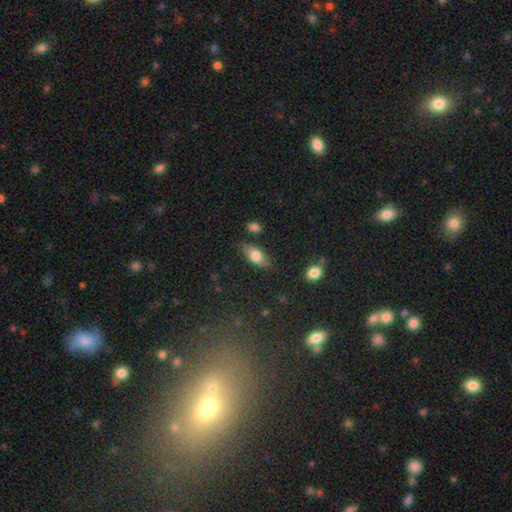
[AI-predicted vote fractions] Smooth or featured?
  - smooth: 75% *
  - featured or disk: 18%
  - star or artifact: 7%
How rounded?
  - in between: 83% *
  - cigar-shaped: 13%
  - round: 4%
Merging?
  - none: 80% *
  - minor disturbance: 14%
  - merger: 3%
  - major disturbance: 3%